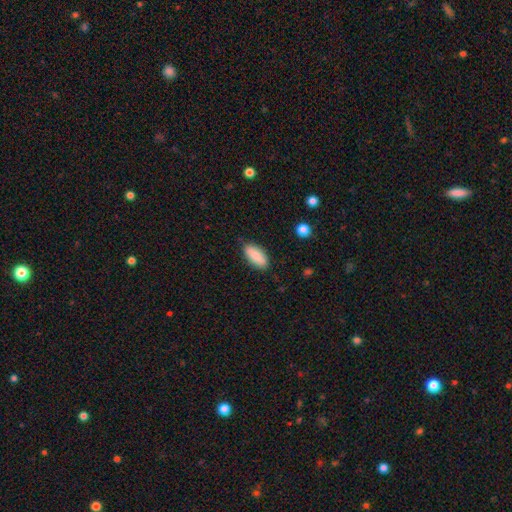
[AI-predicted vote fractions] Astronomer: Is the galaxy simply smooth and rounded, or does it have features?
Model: smooth — 88%.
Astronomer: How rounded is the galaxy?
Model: in between — 87%.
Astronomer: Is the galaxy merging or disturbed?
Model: none — 86%.